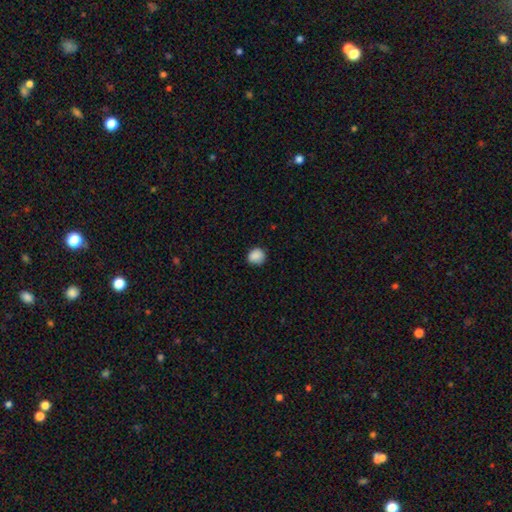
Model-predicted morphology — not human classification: A smooth galaxy with no disk features (88%) that is round (81%).

Vote fractions:
- Smooth or featured? smooth: 88% / star or artifact: 9% / featured or disk: 3%
- How rounded? round: 81% / in between: 18% / cigar-shaped: 1%
- Merging? none: 84% / minor disturbance: 13% / major disturbance: 2% / merger: 1%